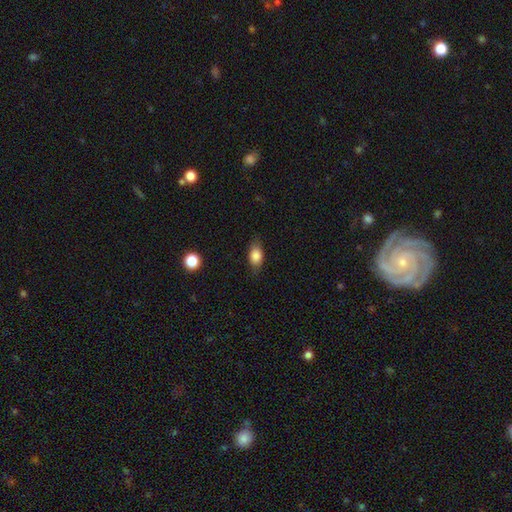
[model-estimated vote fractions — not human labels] A smooth galaxy with no disk features (82%) that is in between round and cigar-shaped (83%).

Vote fractions:
- Smooth or featured? smooth: 82% / featured or disk: 10% / star or artifact: 8%
- How rounded? in between: 83% / round: 12% / cigar-shaped: 5%
- Merging? none: 78% / minor disturbance: 17% / major disturbance: 4% / merger: 1%